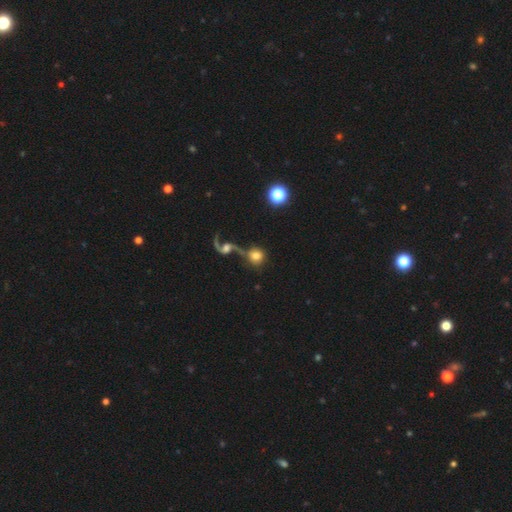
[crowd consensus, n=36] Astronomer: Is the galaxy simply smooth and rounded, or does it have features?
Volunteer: smooth — 78%.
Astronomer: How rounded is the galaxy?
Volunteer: round — 93%.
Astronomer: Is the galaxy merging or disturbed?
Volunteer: merger — 63%.